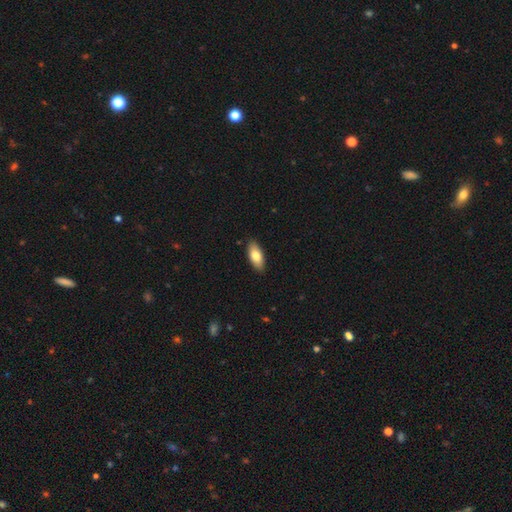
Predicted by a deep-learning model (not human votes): smooth 78%, featured or disk 16%, star or artifact 6%. Down the decision tree: how rounded — in between (85%); merging — none (89%).